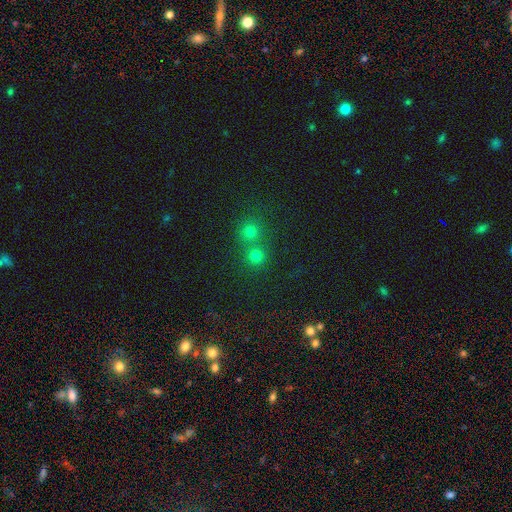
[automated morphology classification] Smooth or featured?
  - smooth: 72% *
  - star or artifact: 21%
  - featured or disk: 7%
How rounded?
  - round: 91% *
  - in between: 8%
  - cigar-shaped: 1%
Merging?
  - none: 58% *
  - merger: 35%
  - minor disturbance: 5%
  - major disturbance: 2%